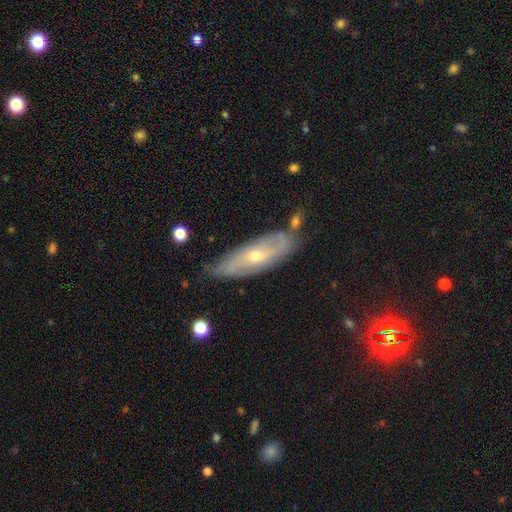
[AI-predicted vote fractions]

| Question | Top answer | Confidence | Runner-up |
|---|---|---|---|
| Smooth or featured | featured or disk | 65% | smooth (26%) |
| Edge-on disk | no | 70% | yes (30%) |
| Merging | none | 73% | minor disturbance (19%) |